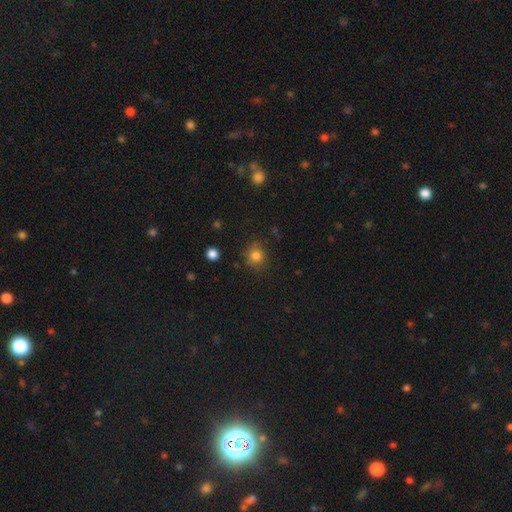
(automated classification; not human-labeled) This appears to be a smooth galaxy with no disk features (82%) that is round (78%). Merging: none (80%).